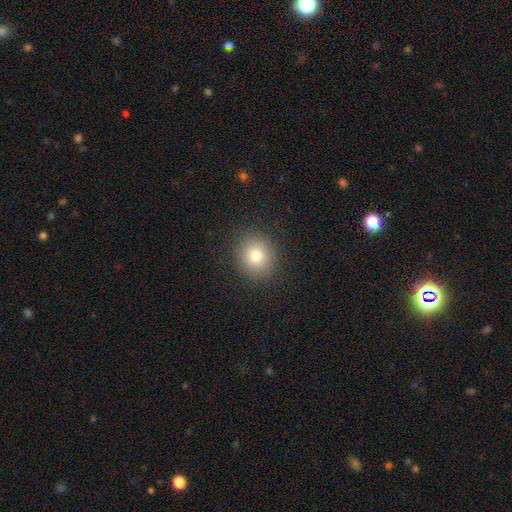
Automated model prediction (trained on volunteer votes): The model was most divided on "how rounded": round: 80%, in between: 19%, cigar-shaped: 1%. More confident: merging — none (89%); smooth or featured — smooth (78%).